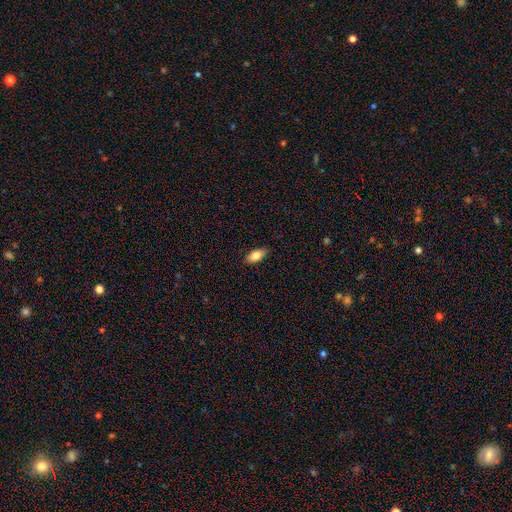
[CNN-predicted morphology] A smooth galaxy with no disk features (84%) that is in between round and cigar-shaped (90%). Merging: none (87%).